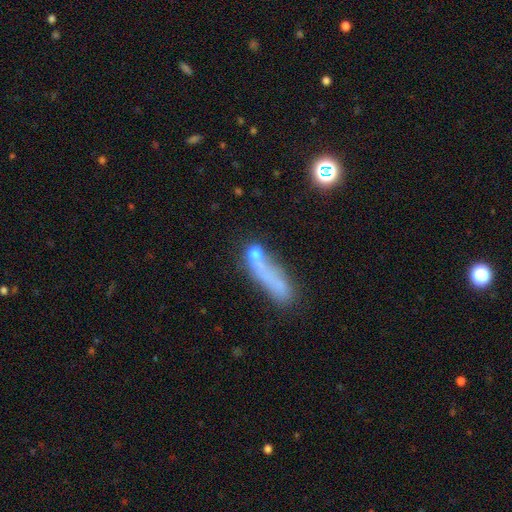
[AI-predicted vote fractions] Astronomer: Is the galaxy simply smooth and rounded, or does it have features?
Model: smooth — 59%.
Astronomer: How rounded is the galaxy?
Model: cigar-shaped — 55% (runner-up: in between, 33%).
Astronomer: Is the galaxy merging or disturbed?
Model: none — 32% (runner-up: major disturbance, 26%).